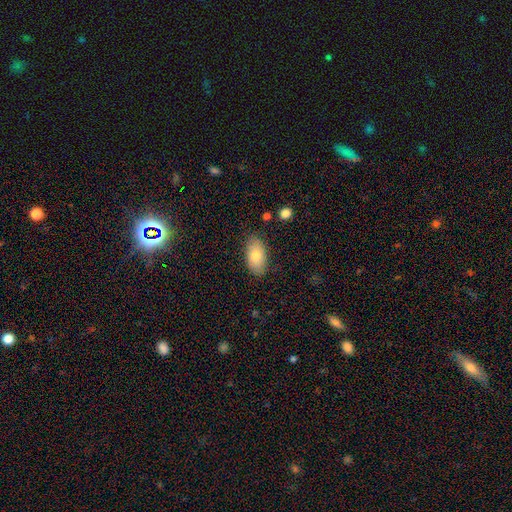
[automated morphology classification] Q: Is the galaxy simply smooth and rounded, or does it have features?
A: smooth — 77%.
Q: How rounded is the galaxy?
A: in between — 93%.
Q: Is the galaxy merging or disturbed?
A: none — 85%.